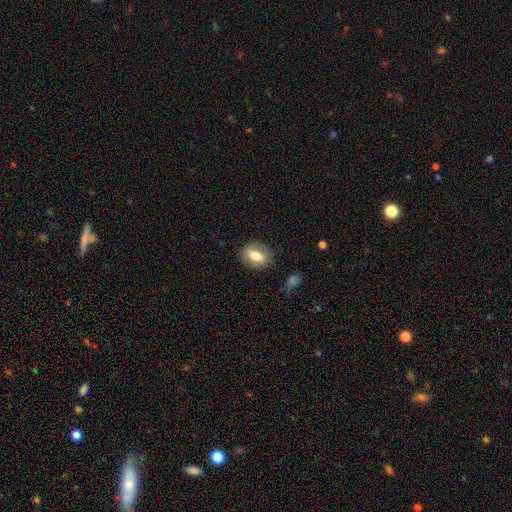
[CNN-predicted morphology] The model was most divided on "how rounded": in between: 71%, round: 26%, cigar-shaped: 3%. More confident: merging — none (81%); smooth or featured — smooth (72%).